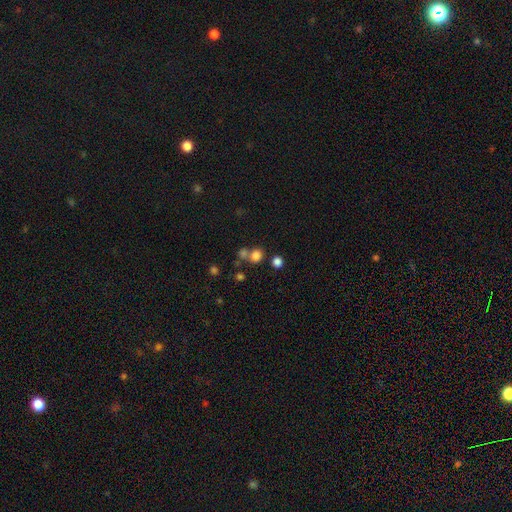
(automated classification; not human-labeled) smooth-or-featured: smooth: 76% | star or artifact: 16% | featured or disk: 7%
  how-rounded: round: 82% | in between: 17% | cigar-shaped: 1%
  merging: none: 59% | merger: 29% | minor disturbance: 8% | major disturbance: 4%